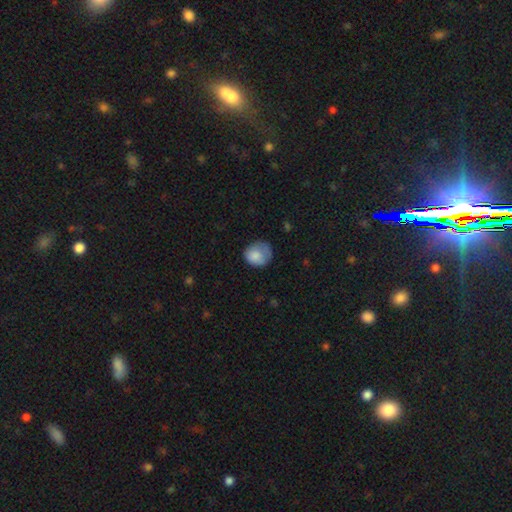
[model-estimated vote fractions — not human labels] Smooth or featured? smooth (81%)
How rounded? round (72%)
Merging? none (53%)